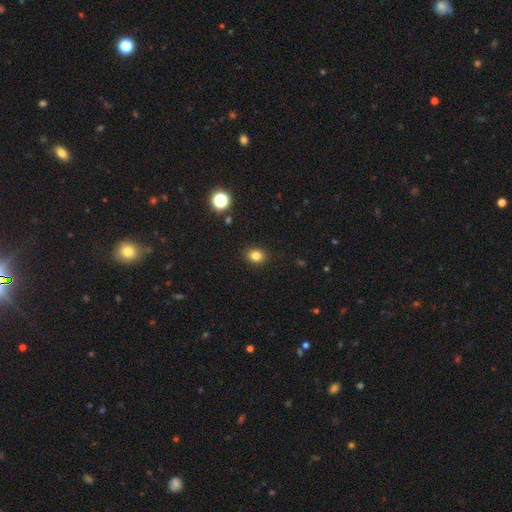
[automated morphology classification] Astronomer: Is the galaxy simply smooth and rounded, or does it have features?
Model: smooth — 81%.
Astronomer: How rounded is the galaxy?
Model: round — 64%.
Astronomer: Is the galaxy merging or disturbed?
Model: none — 90%.